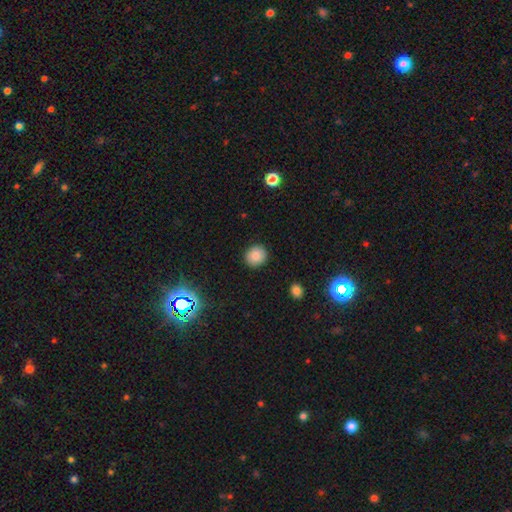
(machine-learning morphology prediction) A smooth galaxy with no disk features (85%) that is round (87%). Merging: none (91%).